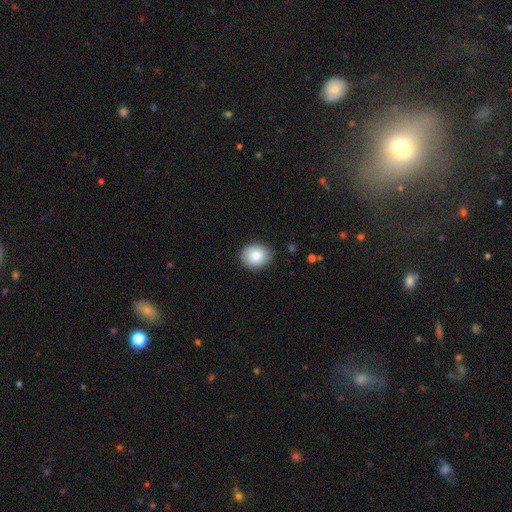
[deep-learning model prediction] The model was most divided on "how rounded": round: 61%, in between: 39%, cigar-shaped: 1%. More confident: merging — none (88%); smooth or featured — smooth (86%).